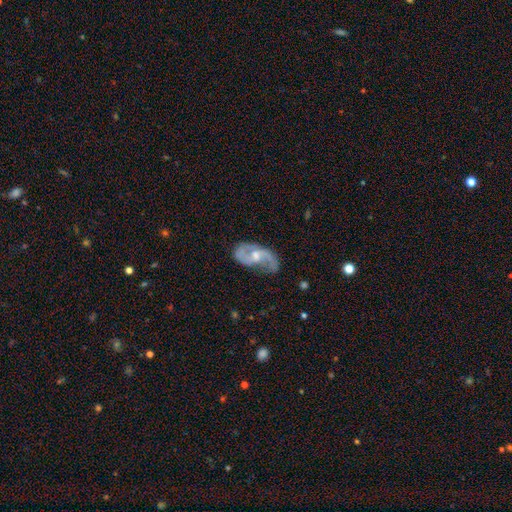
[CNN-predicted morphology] Smooth or featured: featured or disk — 80% (smooth — 15%)
Edge-on disk: no — 96% (yes — 4%)
Bar: no — 49% (weak — 42%)
Spiral arms: yes — 91% (no — 9%)
Spiral winding: loose — 50% (medium — 39%)
Spiral arm count: 2 — 84% (can't tell — 7%)
Bulge size: moderate — 56% (small — 34%)
Merging: none — 56% (minor disturbance — 25%)